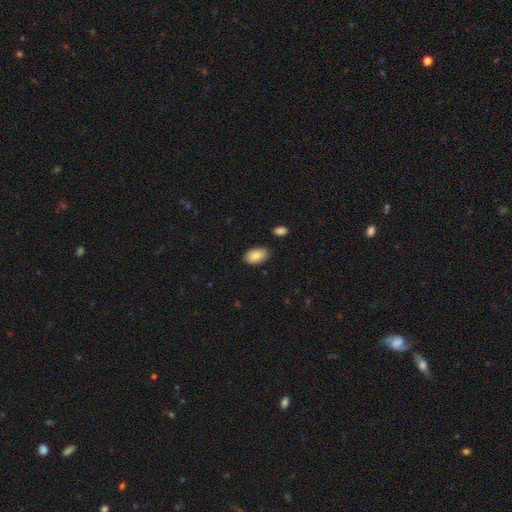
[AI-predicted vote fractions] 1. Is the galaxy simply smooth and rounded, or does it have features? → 87% smooth, 7% featured or disk, 7% star or artifact.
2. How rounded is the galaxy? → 93% in between, 5% round, 1% cigar-shaped.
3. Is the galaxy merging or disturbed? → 81% none, 14% minor disturbance, 2% major disturbance, 2% merger.